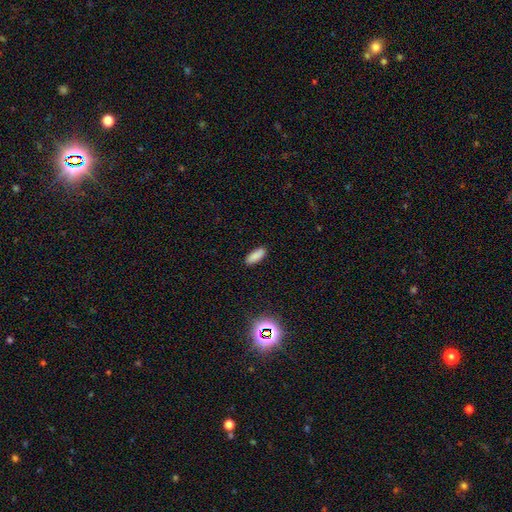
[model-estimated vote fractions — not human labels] A smooth galaxy with no disk features (85%) that is in between round and cigar-shaped (74%).

Vote fractions:
- Smooth or featured? smooth: 85% / star or artifact: 10% / featured or disk: 5%
- How rounded? in between: 74% / cigar-shaped: 24% / round: 2%
- Merging? none: 88% / minor disturbance: 8% / major disturbance: 2% / merger: 1%